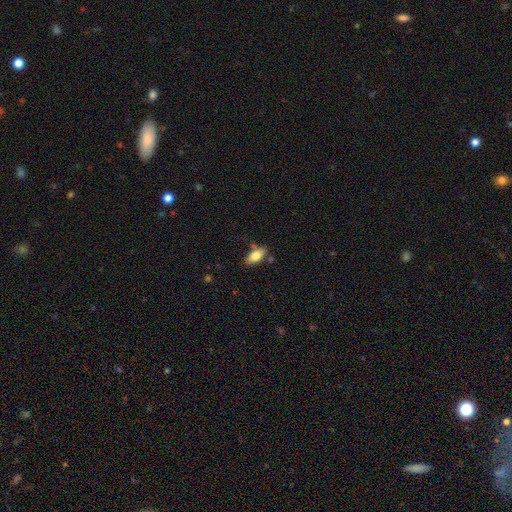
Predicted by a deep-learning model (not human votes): Morphology: type=smooth (75%); roundness=in between (85%); merging=none (68%).